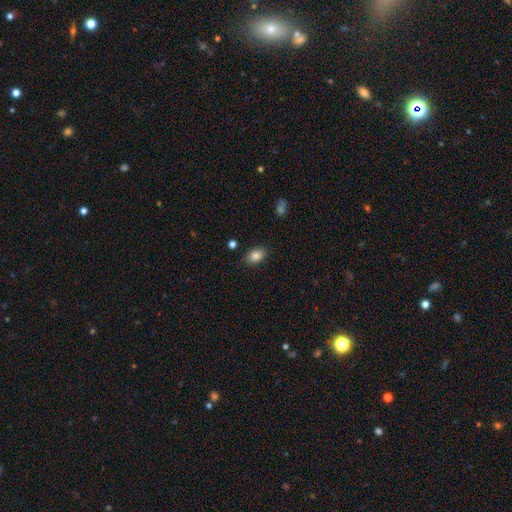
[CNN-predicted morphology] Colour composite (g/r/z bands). It shows a smooth galaxy with no disk features (85%) that is in between round and cigar-shaped (85%). Merging: none (86%).